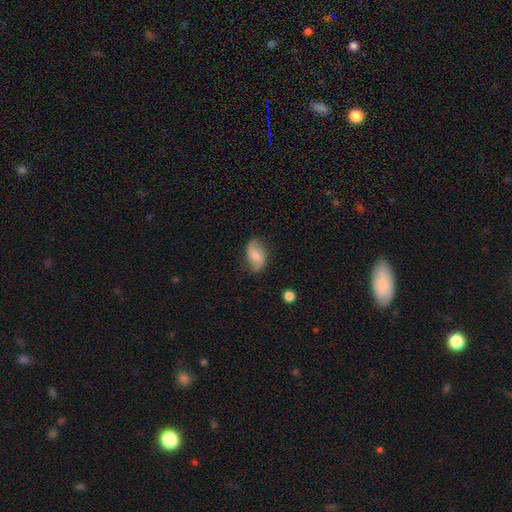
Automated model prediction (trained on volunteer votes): Smooth or featured: smooth — 54% (featured or disk — 39%)
How rounded: in between — 89% (round — 8%)
Merging: none — 72% (minor disturbance — 21%)